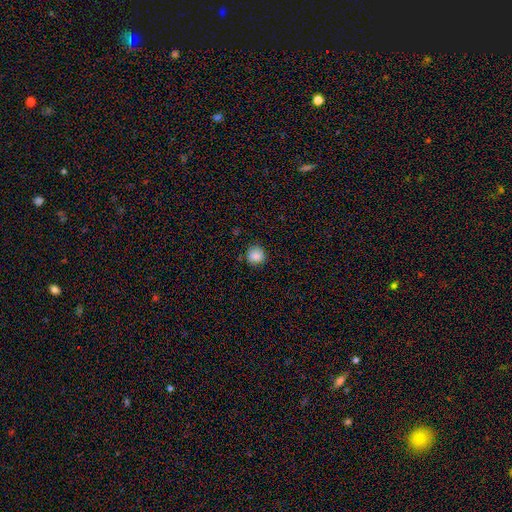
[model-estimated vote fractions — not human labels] Smooth or featured: smooth — 86% (star or artifact — 10%)
How rounded: round — 90% (in between — 9%)
Merging: none — 83% (minor disturbance — 13%)